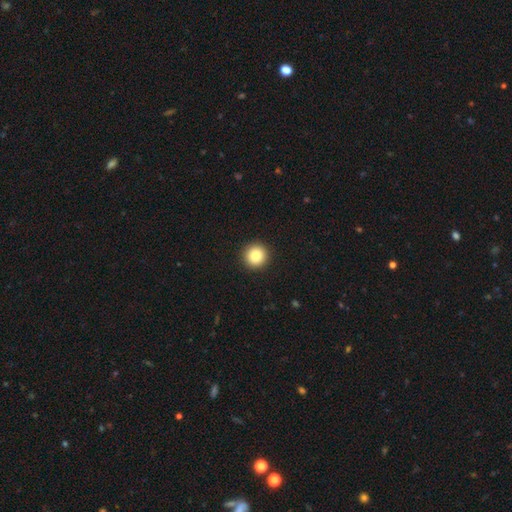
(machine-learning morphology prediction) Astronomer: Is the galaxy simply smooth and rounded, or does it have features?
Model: smooth — 86%.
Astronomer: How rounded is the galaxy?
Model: round — 96%.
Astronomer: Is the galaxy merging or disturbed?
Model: none — 93%.